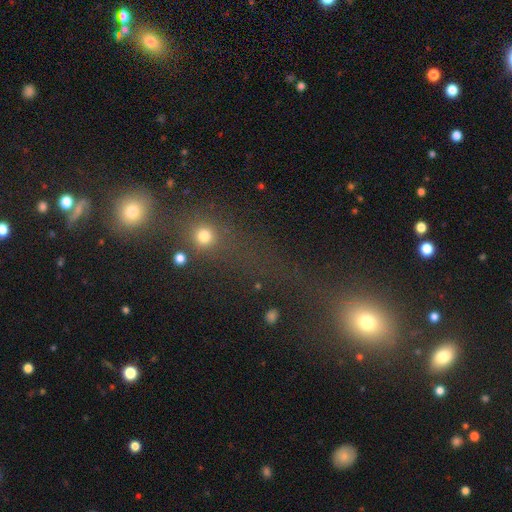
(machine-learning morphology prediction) Smooth or featured?
  - smooth: 46% *
  - star or artifact: 43%
  - featured or disk: 11%
Merging?
  - none: 56% *
  - merger: 18%
  - major disturbance: 14%
  - minor disturbance: 12%